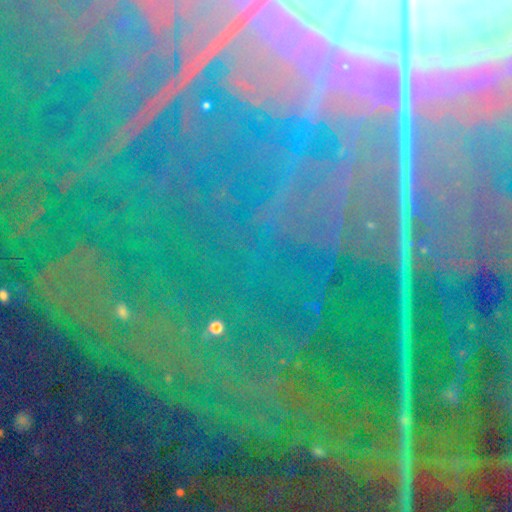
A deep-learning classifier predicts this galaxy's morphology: The model was most divided on "smooth or featured": star or artifact: 84%, featured or disk: 9%, smooth: 7%.